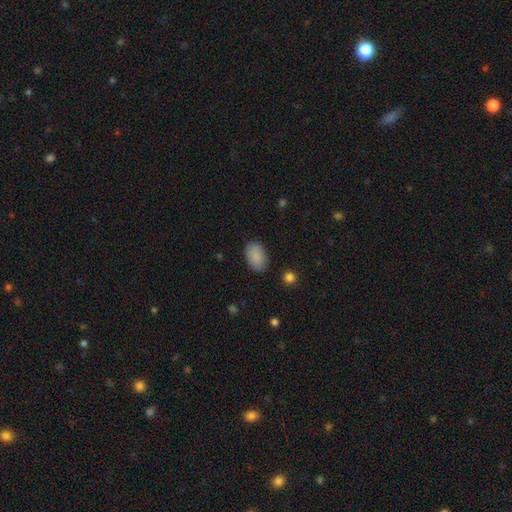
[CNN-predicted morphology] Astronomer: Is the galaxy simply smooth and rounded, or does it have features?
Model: smooth — 89%.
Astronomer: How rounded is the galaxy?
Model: in between — 89%.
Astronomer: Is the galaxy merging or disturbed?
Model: none — 85%.